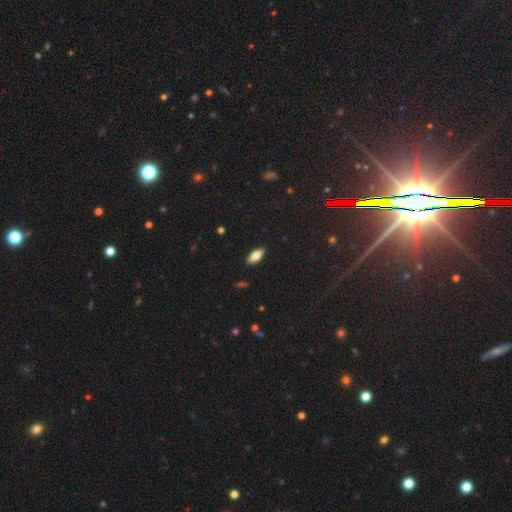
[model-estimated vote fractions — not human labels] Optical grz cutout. It shows a smooth galaxy with no disk features (75%) that is in between round and cigar-shaped (85%). Merging: none (89%).